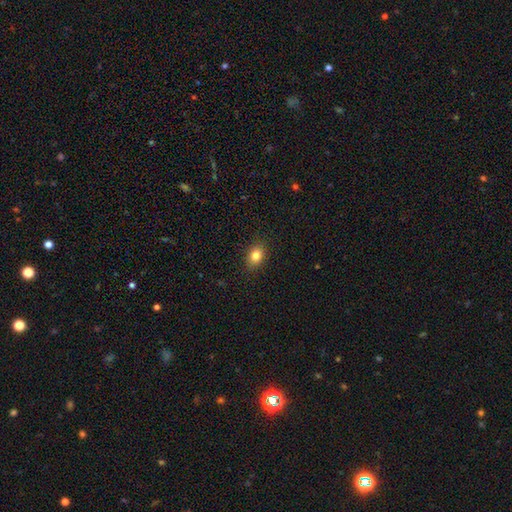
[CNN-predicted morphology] This is clearly a smooth galaxy (82%). How rounded: likely in between (71%). Merging: clearly none (89%).